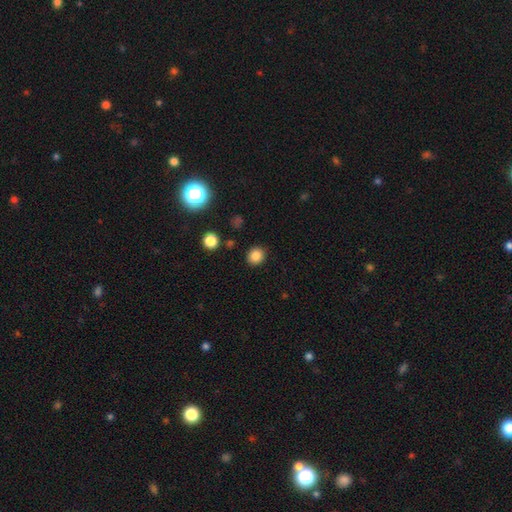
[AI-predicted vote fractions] smooth_or_featured: smooth (p=0.84) [alt: star or artifact p=0.11]
how_rounded: round (p=0.77) [alt: in between p=0.22]
merging: none (p=0.89) [alt: minor disturbance p=0.07]